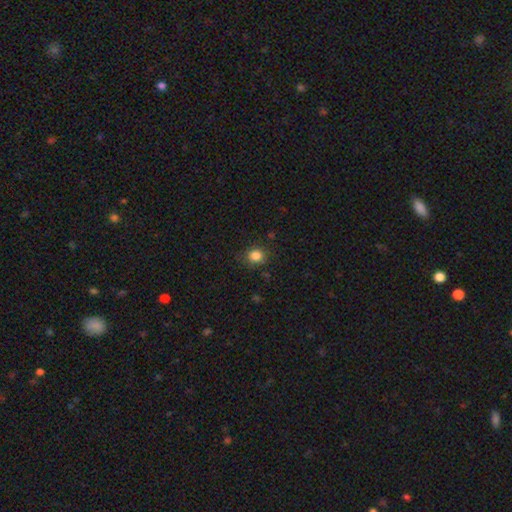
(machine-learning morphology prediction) This is clearly a smooth galaxy (84%). How rounded: likely round (75%). Merging: clearly none (83%).